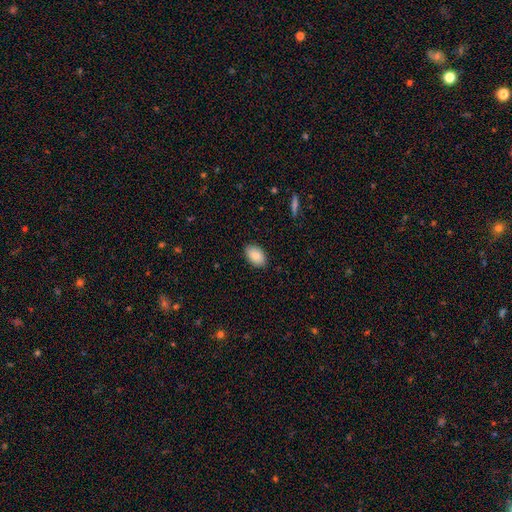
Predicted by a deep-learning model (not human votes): smooth 86%, featured or disk 7%, star or artifact 7%. Down the decision tree: how rounded — in between (91%); merging — none (88%).